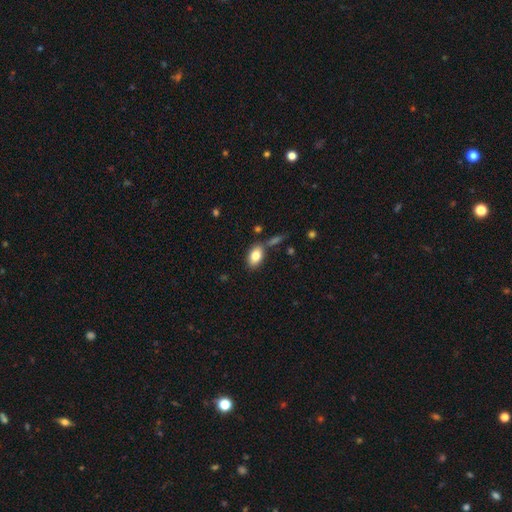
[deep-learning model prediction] Smooth or featured? smooth (82%)
How rounded? in between (90%)
Merging? none (71%)